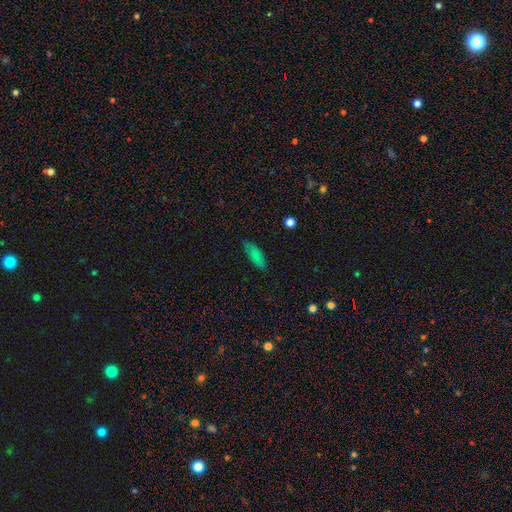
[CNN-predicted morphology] Smooth or featured?
  - smooth: 81% *
  - featured or disk: 11%
  - star or artifact: 9%
How rounded?
  - in between: 69% *
  - cigar-shaped: 29%
  - round: 2%
Merging?
  - none: 81% *
  - minor disturbance: 15%
  - major disturbance: 3%
  - merger: 1%